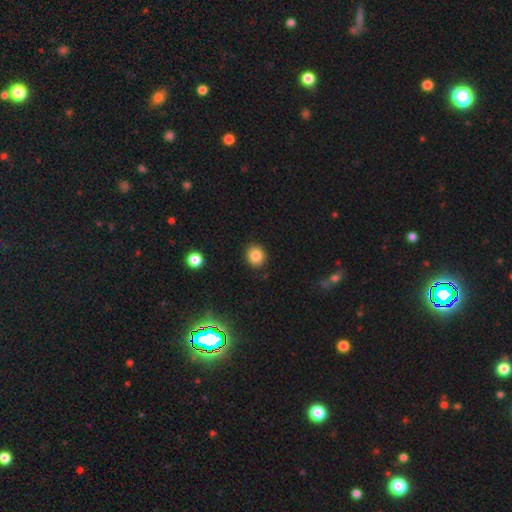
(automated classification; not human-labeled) smooth-or-featured: smooth: 84% | star or artifact: 10% | featured or disk: 5%
  how-rounded: round: 81% | in between: 19% | cigar-shaped: 1%
  merging: none: 90% | minor disturbance: 7% | major disturbance: 2% | merger: 1%